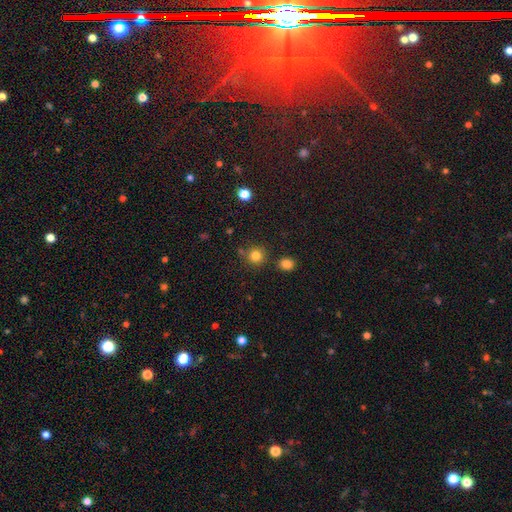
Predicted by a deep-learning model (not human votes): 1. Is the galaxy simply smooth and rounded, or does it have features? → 82% smooth, 13% star or artifact, 5% featured or disk.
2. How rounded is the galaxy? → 92% round, 7% in between, 1% cigar-shaped.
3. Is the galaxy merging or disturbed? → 81% none, 8% merger, 8% minor disturbance, 3% major disturbance.